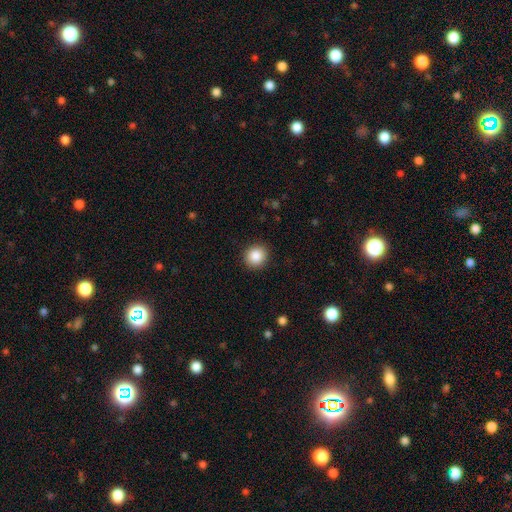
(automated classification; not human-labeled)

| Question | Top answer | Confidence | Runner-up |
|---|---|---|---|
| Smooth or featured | smooth | 87% | star or artifact (9%) |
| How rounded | round | 89% | in between (10%) |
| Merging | none | 91% | minor disturbance (6%) |